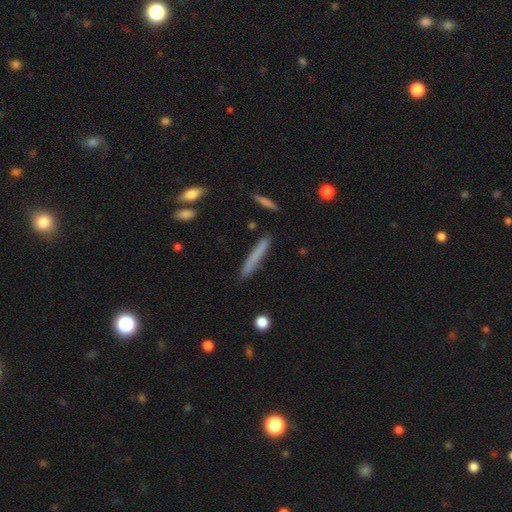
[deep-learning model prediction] Overall: smooth (71%). How rounded: cigar-shaped (95%). Merging: none (85%).